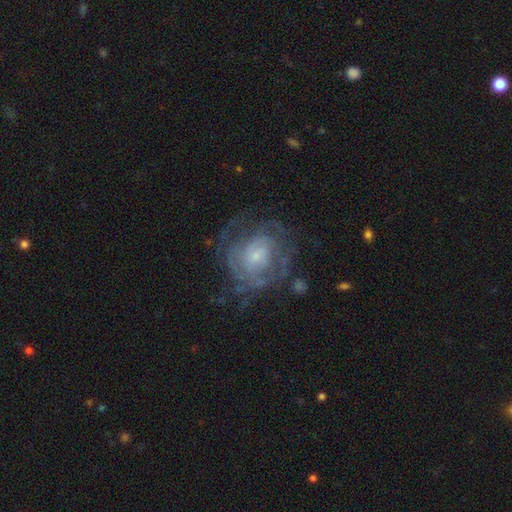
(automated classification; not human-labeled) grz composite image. It shows a featured or disk galaxy (71%) with no bar (66%), tight (57%) spiral arms (74%) and a small central bulge (58%). Merging: none (62%).